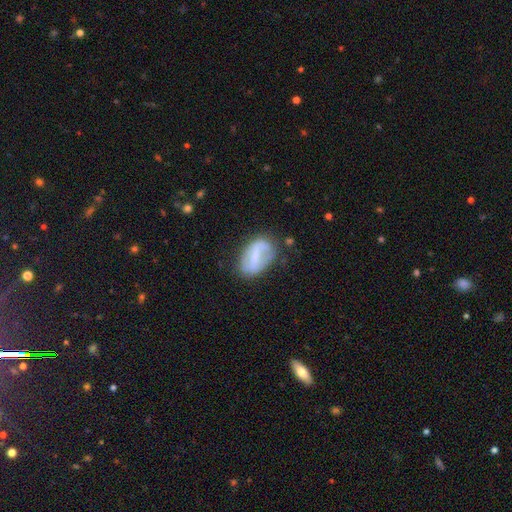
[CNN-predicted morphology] Smooth or featured? Predicted: featured or disk (p=0.53). Edge-on disk? Predicted: no (p=0.94). Merging? Predicted: none (p=0.60).